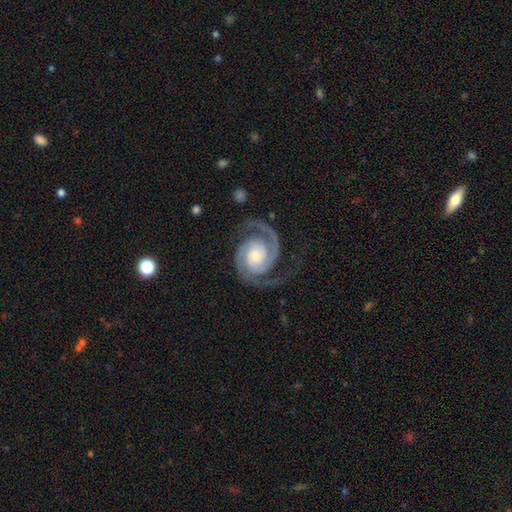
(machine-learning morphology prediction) Smooth or featured? Predicted: featured or disk (p=0.93). Edge-on disk? Predicted: no (p=0.98). Bar? Predicted: no (p=0.70). Spiral arms? Predicted: yes (p=0.99). Spiral winding? Predicted: tight (p=0.53). Spiral arm count? Predicted: 2 (p=0.92). Bulge size? Predicted: moderate (p=0.48). Merging? Predicted: none (p=0.76).